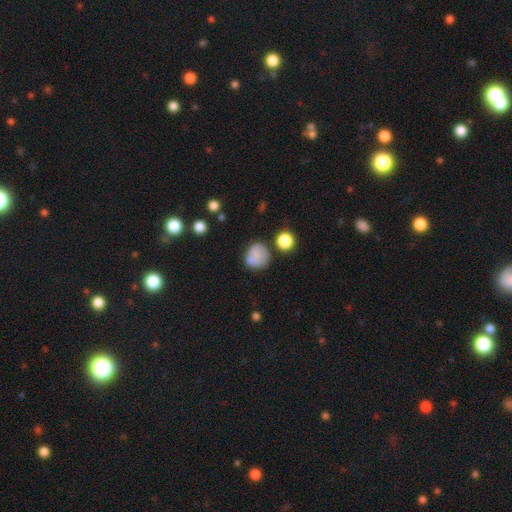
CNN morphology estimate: Overall: smooth (76%). How rounded: round (79%). Merging: none (57%; minor disturbance 20%).